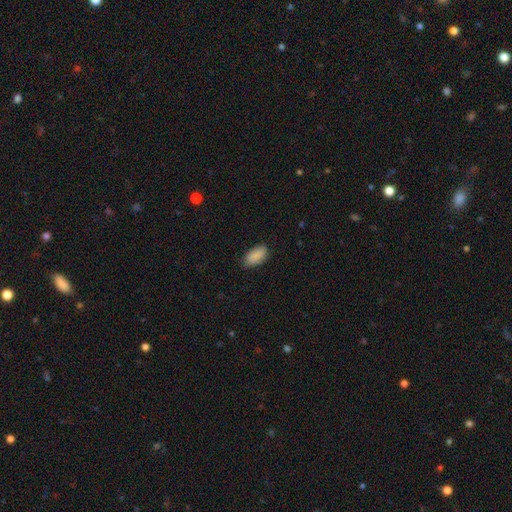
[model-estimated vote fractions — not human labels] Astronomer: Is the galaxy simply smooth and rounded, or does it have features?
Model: smooth — 89%.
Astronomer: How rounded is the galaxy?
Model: in between — 93%.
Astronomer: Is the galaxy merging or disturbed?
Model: none — 78%.